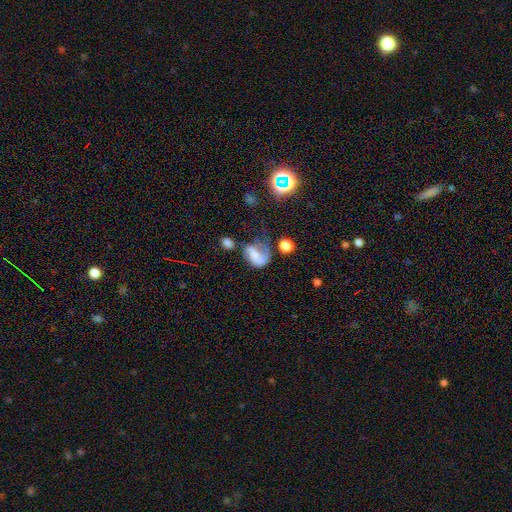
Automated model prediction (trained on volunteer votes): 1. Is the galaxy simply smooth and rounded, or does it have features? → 44% smooth (tied), 44% featured or disk (tied), 11% star or artifact.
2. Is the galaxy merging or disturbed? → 43% major disturbance, 22% none, 22% minor disturbance, 13% merger.